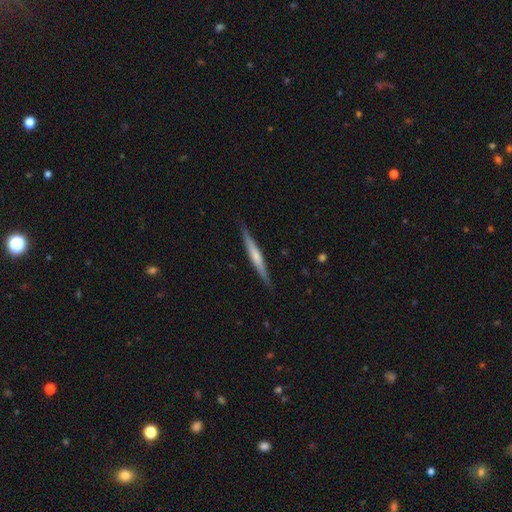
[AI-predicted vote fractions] Morphology: type=featured or disk (51%); edge-on=yes (97%); merging=none (88%).